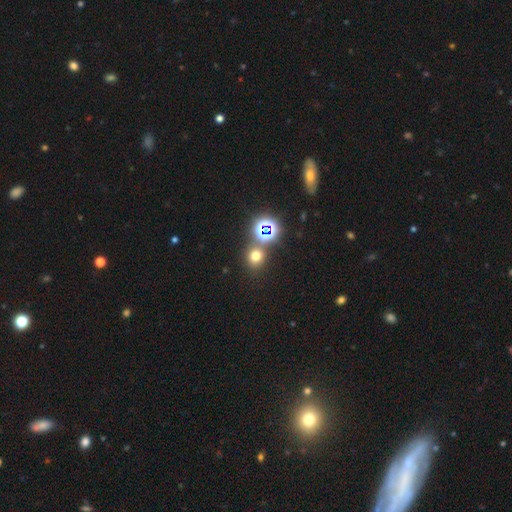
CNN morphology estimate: Smooth or featured? smooth (63%)
How rounded? round (81%)
Merging? none (74%)